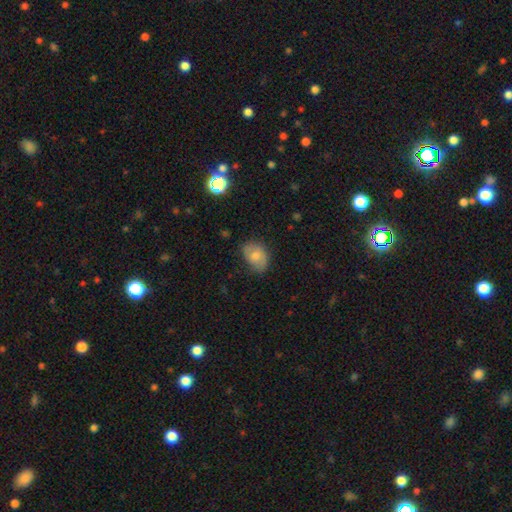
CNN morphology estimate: A smooth galaxy with no disk features (62%) that is in between round and cigar-shaped (72%).

Vote fractions:
- Smooth or featured? smooth: 62% / featured or disk: 27% / star or artifact: 11%
- How rounded? in between: 72% / round: 27% / cigar-shaped: 1%
- Merging? none: 72% / minor disturbance: 22% / major disturbance: 5% / merger: 1%